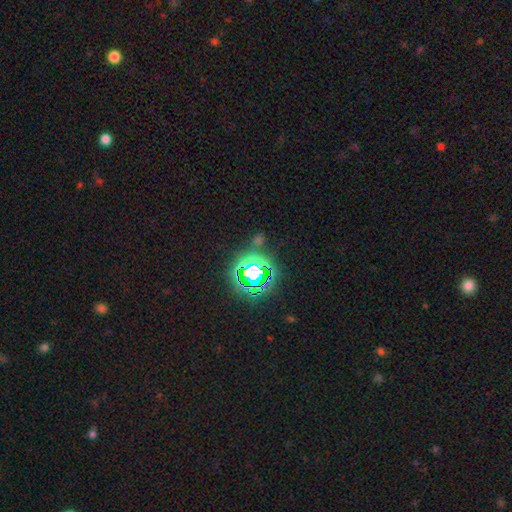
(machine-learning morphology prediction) Smooth or featured? Predicted: star or artifact (p=0.76).